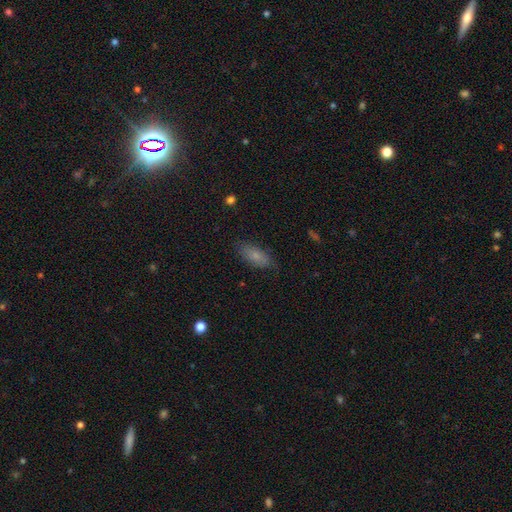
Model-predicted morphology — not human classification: A smooth galaxy with no disk features (78%) that is in between round and cigar-shaped (79%). Merging: none (80%).